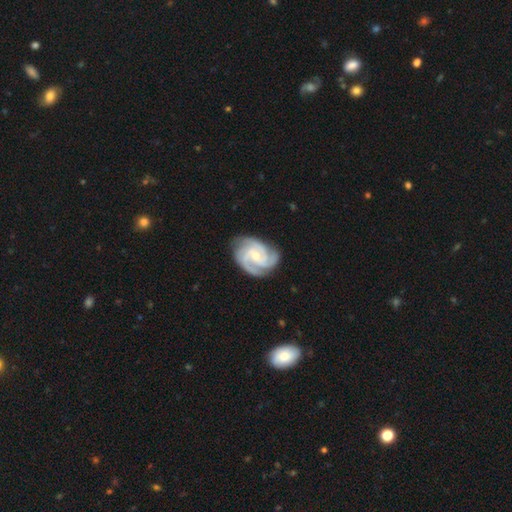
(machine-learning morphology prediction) Overall: featured or disk (91%). Edge-on disk: no (98%). Bar: no (54%; weak 36%). Spiral arms: yes (99%). Spiral arm count: 3 (64%). Spiral winding: tight (59%; medium 36%). Bulge size: small (54%; moderate 43%). Merging: none (77%).